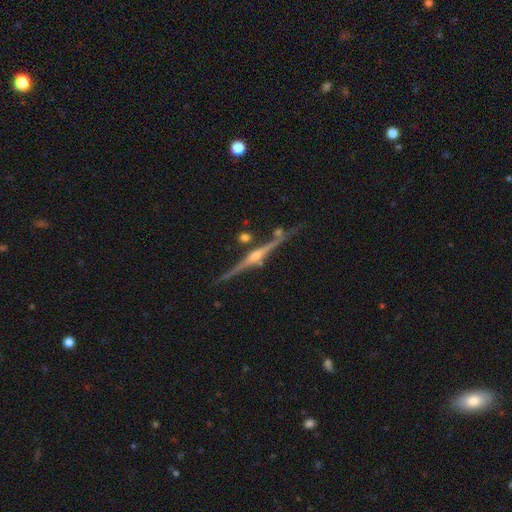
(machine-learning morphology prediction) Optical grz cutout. It shows a featured or disk galaxy (87%) viewed edge-on (98%) with a rounded central bulge (91%). Merging: none (82%).